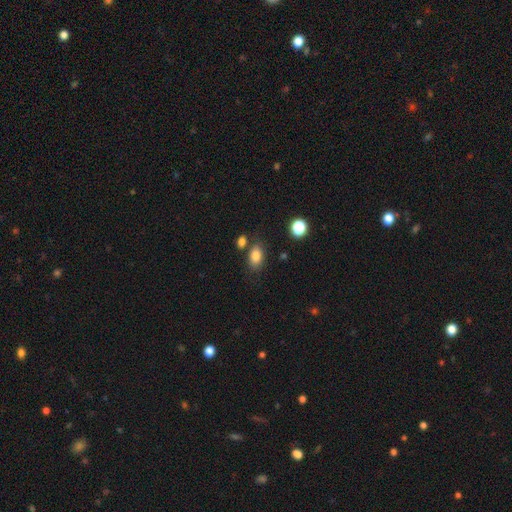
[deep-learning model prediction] smooth 83%, star or artifact 10%, featured or disk 7%. Down the decision tree: how rounded — in between (86%); merging — none (72%).